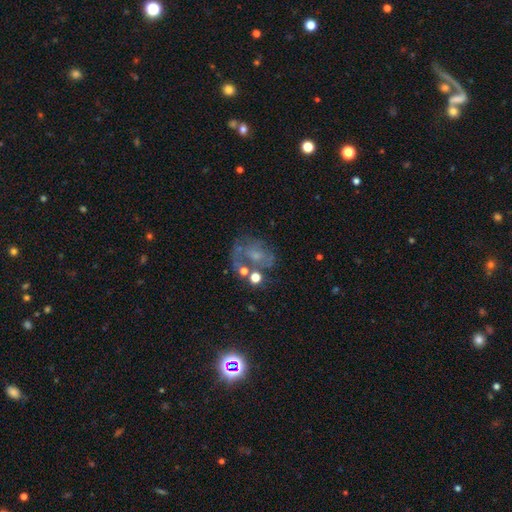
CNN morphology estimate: Overall: featured or disk (52%; smooth 28%). Edge-on disk: no (97%). Bar: no (72%). Spiral arms: yes (55%; no 45%). Bulge size: small (48%; moderate 26%). Merging: none (43%; major disturbance 26%).